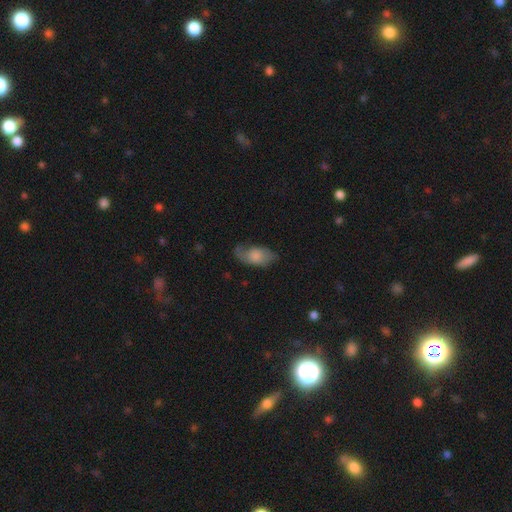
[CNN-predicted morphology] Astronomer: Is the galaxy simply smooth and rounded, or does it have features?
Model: smooth — 60%.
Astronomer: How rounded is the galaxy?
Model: in between — 92%.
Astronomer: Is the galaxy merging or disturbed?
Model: none — 58%.